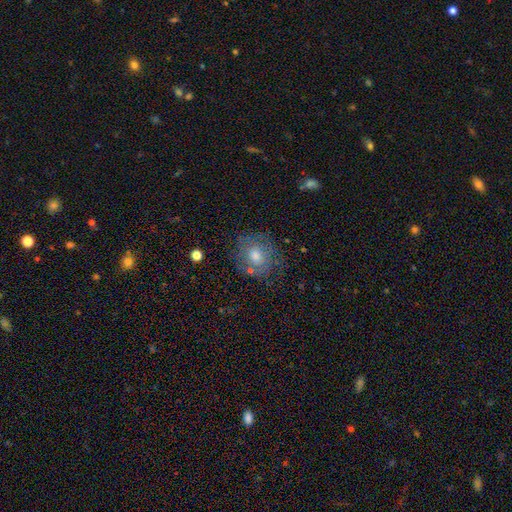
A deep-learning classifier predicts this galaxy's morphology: smooth_or_featured: smooth (p=0.55) [alt: featured or disk p=0.32]
how_rounded: round (p=0.75) [alt: in between p=0.24]
merging: none (p=0.73) [alt: minor disturbance p=0.17]